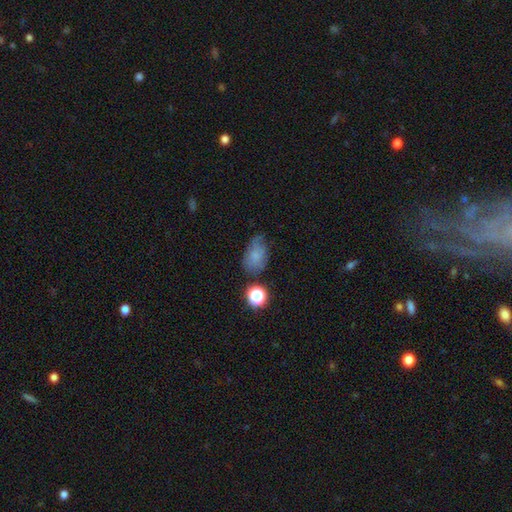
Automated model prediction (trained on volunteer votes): This appears to be a smooth galaxy with no disk features (67%) that is in between round and cigar-shaped (79%). Merging: none (49%).